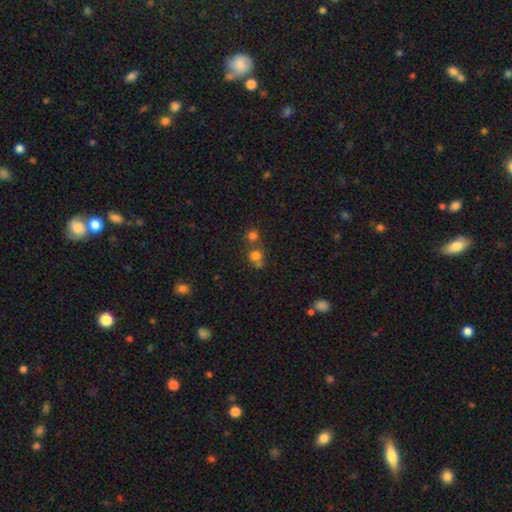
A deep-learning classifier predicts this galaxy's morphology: Smooth or featured?
  - smooth: 71% *
  - star or artifact: 19%
  - featured or disk: 10%
How rounded?
  - round: 83% *
  - in between: 16%
  - cigar-shaped: 1%
Merging?
  - none: 51% *
  - merger: 36%
  - minor disturbance: 8%
  - major disturbance: 4%